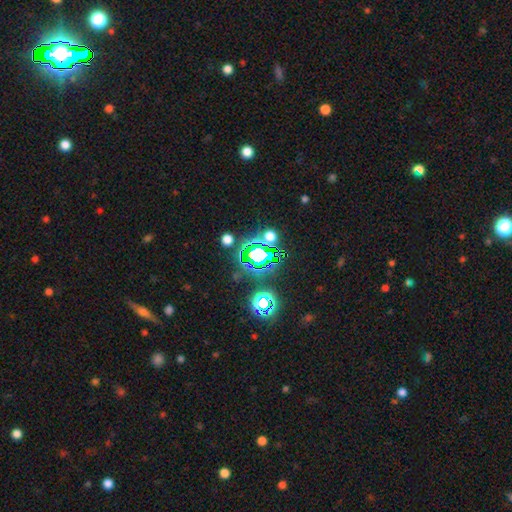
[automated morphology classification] Q: Smooth or featured?
A: star or artifact (79%); runner-up: smooth (14%)